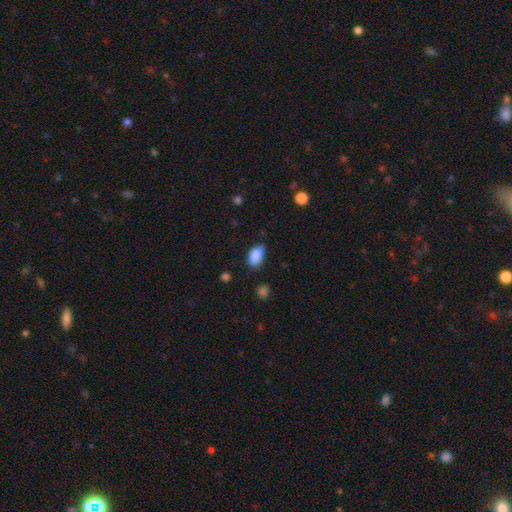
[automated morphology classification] Q: Smooth or featured?
A: smooth (88%); runner-up: star or artifact (8%)
Q: How rounded?
A: in between (90%); runner-up: round (8%)
Q: Merging?
A: none (62%); runner-up: minor disturbance (31%)